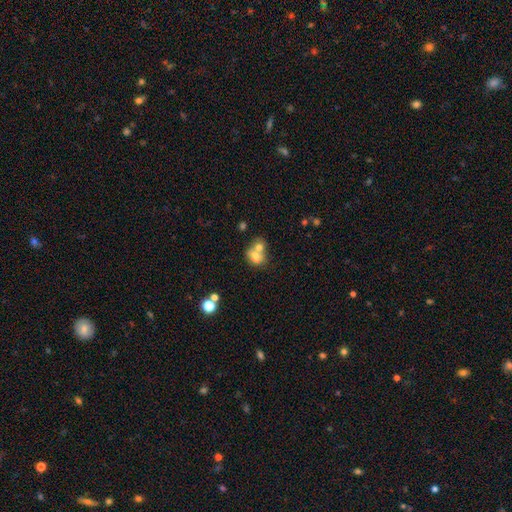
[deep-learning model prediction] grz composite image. It shows a smooth galaxy with no disk features (62%) that is round (52%). Merging: merger (61%).